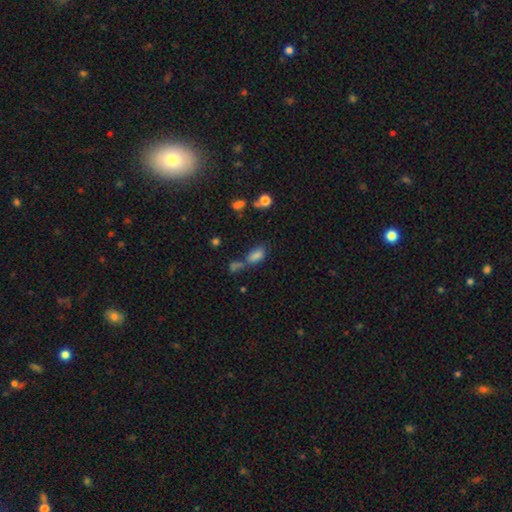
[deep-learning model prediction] Smooth or featured?
  - smooth: 77% *
  - star or artifact: 14%
  - featured or disk: 10%
How rounded?
  - in between: 87% *
  - cigar-shaped: 8%
  - round: 5%
Merging?
  - merger: 38% *
  - none: 37%
  - minor disturbance: 15%
  - major disturbance: 9%